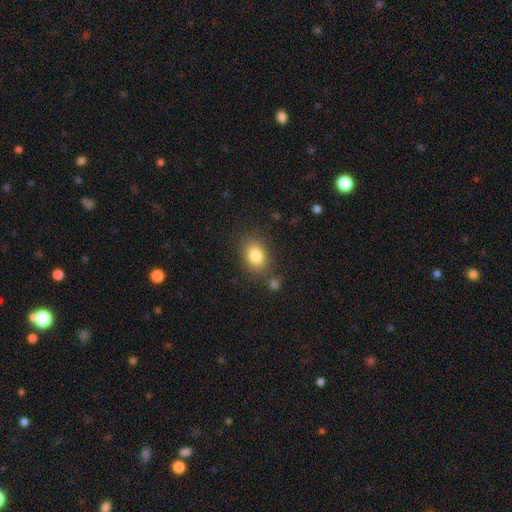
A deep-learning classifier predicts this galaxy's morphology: Overall: smooth (83%). How rounded: in between (68%; round 31%). Merging: none (77%).